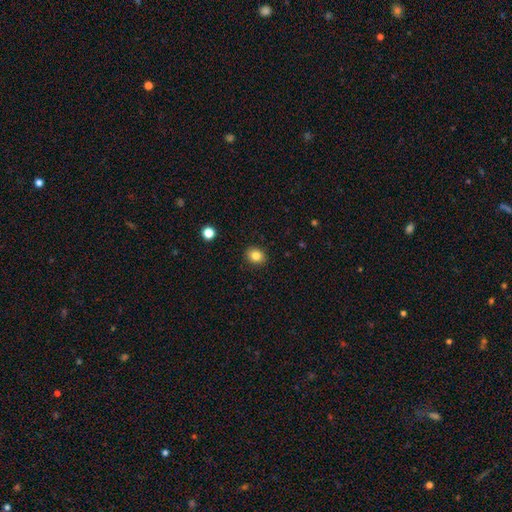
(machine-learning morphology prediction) A smooth galaxy with no disk features (82%) that is round (62%).

Vote fractions:
- Smooth or featured? smooth: 82% / star or artifact: 10% / featured or disk: 7%
- How rounded? round: 62% / in between: 37% / cigar-shaped: 1%
- Merging? none: 90% / minor disturbance: 7% / major disturbance: 2% / merger: 1%